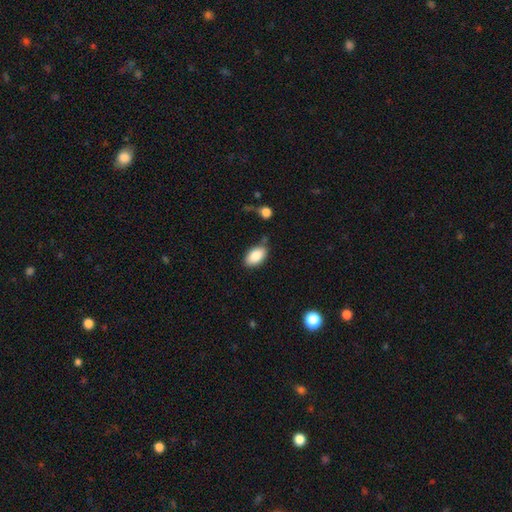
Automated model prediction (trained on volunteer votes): Morphology: type=smooth (86%); roundness=in between (94%); merging=none (76%).